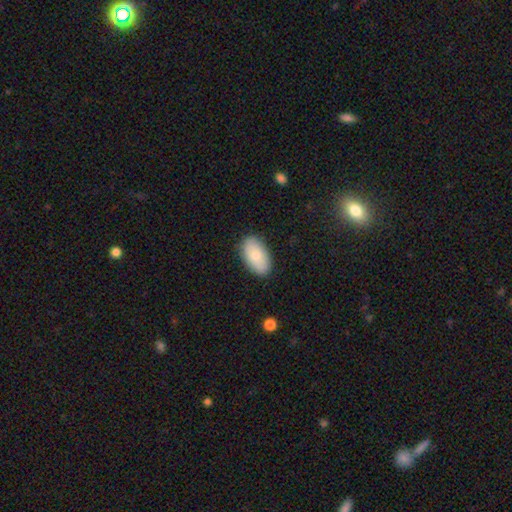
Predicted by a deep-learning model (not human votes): A smooth galaxy with no disk features (80%) that is in between round and cigar-shaped (94%). Merging: none (87%).